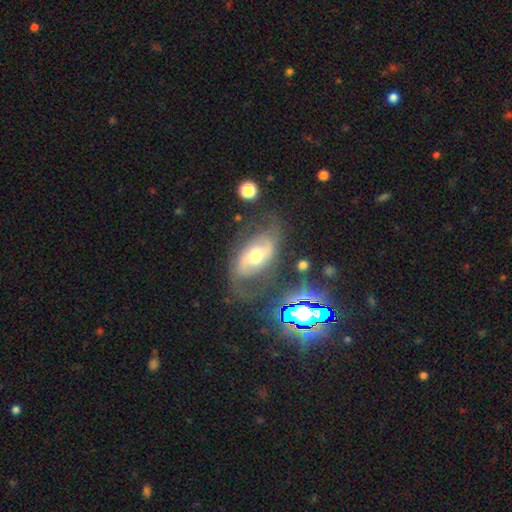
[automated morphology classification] type=featured or disk (72%); edge-on=no (93%); bar=no (38%); spiral arms=yes (83%); winding=medium (43%); arm count=2 (83%); bulge=moderate (68%); merging=none (61%).